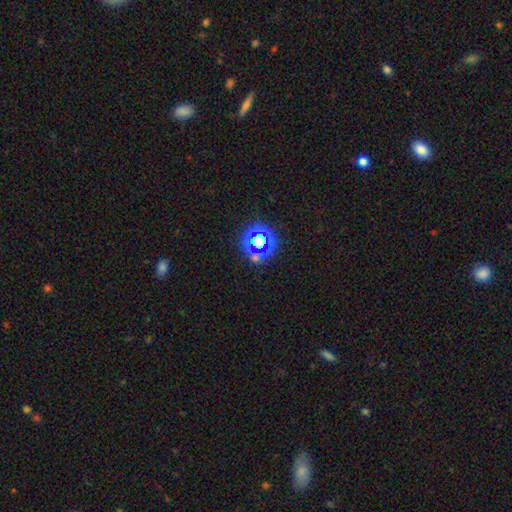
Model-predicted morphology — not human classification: star or artifact 71%, smooth 21%, featured or disk 8%.